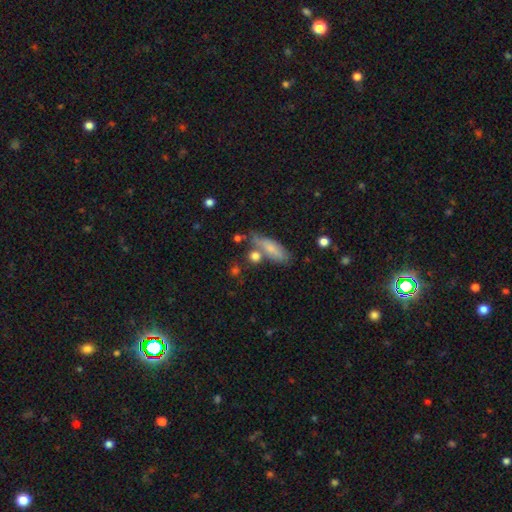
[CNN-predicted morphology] This appears to be a smooth galaxy with no disk features (76%) that is in between round and cigar-shaped (39%). Merging: none (59%).